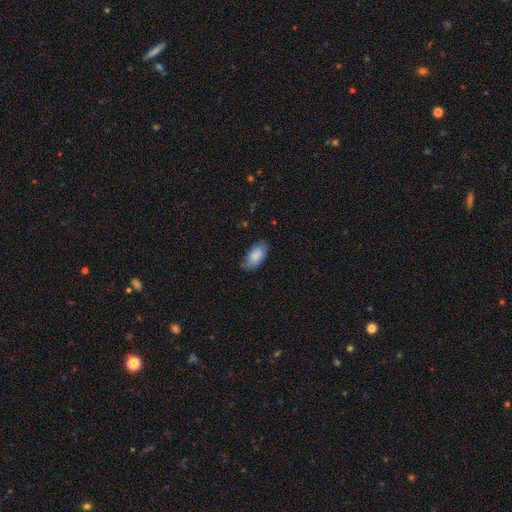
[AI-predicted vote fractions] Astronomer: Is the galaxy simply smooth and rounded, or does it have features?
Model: smooth — 85%.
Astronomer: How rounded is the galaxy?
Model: in between — 94%.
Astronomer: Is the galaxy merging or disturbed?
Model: none — 70%.